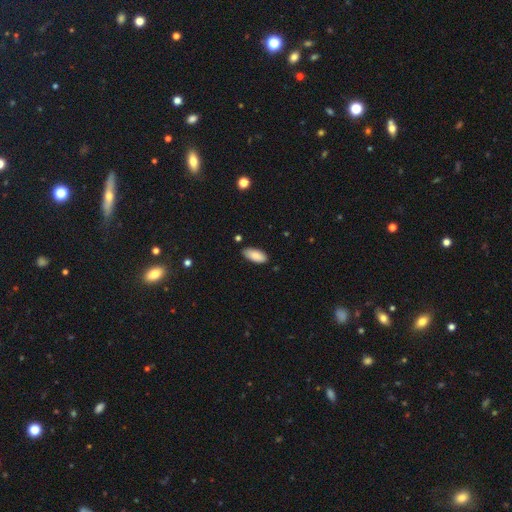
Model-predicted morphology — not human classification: A smooth galaxy with no disk features (86%) that is in between round and cigar-shaped (90%). Merging: none (85%).